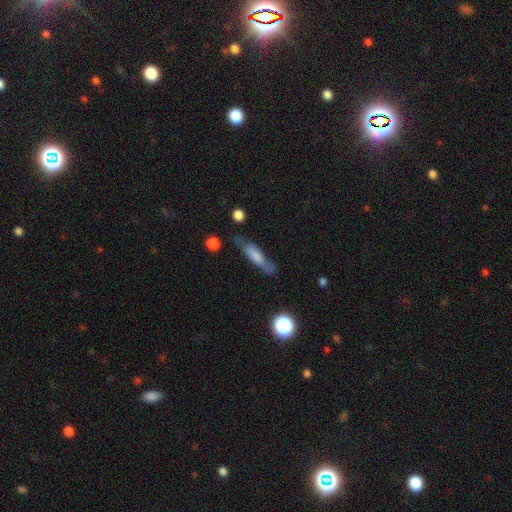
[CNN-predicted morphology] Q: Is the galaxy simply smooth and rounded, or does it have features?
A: smooth — 61%.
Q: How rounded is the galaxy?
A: cigar-shaped — 76%.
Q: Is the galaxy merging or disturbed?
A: none — 60%.